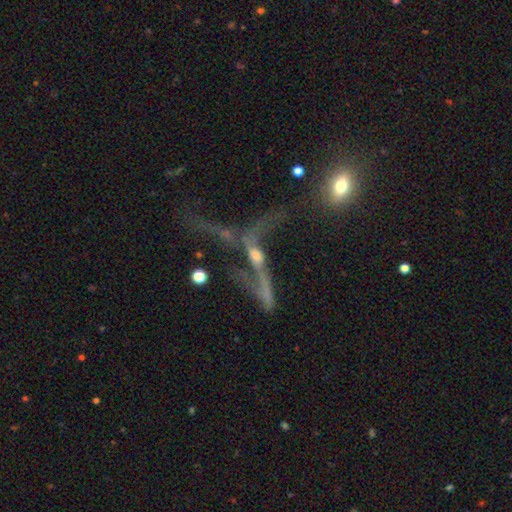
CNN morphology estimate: Overall: featured or disk (69%). Edge-on disk: no (68%; yes 32%). Merging: major disturbance (34%; merger 31%).